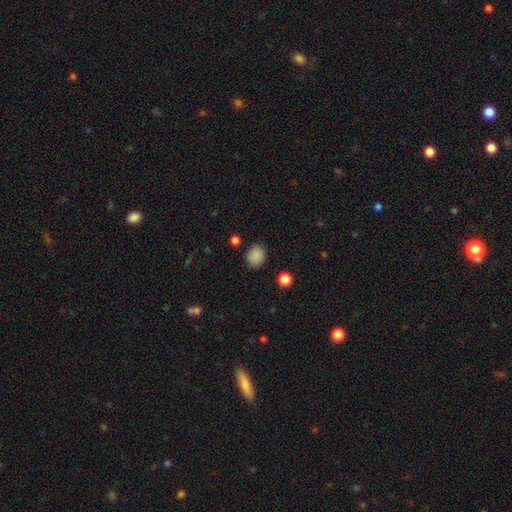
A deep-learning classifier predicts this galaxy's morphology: smooth-or-featured: smooth: 87% | star or artifact: 10% | featured or disk: 3%
  how-rounded: round: 65% | in between: 34% | cigar-shaped: 1%
  merging: none: 84% | minor disturbance: 11% | major disturbance: 3% | merger: 2%